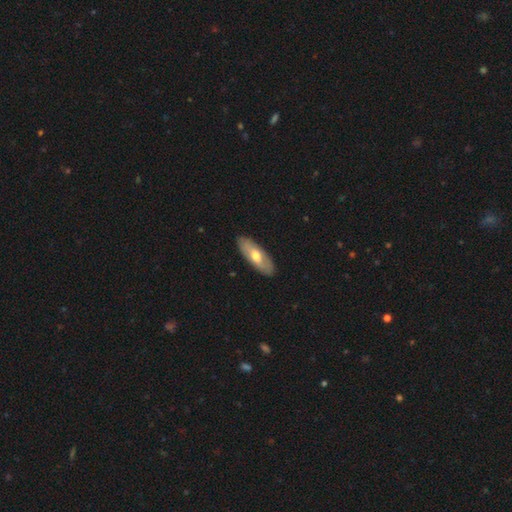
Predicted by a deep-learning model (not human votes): A smooth galaxy with no disk features (55%) that is in between round and cigar-shaped (71%).

Vote fractions:
- Smooth or featured? smooth: 55% / featured or disk: 40% / star or artifact: 5%
- How rounded? in between: 71% / cigar-shaped: 27% / round: 2%
- Merging? none: 88% / minor disturbance: 9% / major disturbance: 2% / merger: 1%